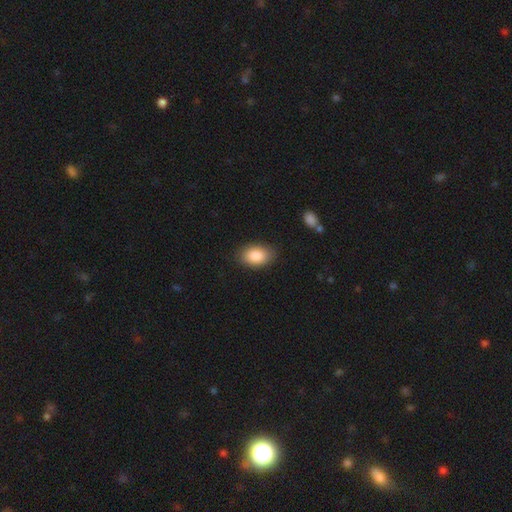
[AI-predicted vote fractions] smooth 88%, star or artifact 7%, featured or disk 6%. Down the decision tree: how rounded — in between (89%); merging — none (84%).